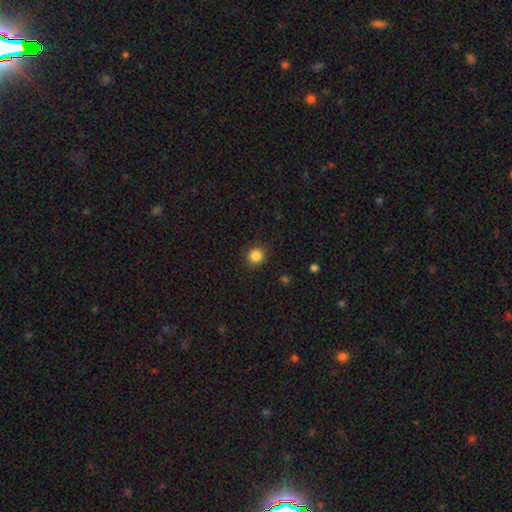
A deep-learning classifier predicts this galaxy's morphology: Smooth or featured? smooth (86%)
How rounded? round (92%)
Merging? none (90%)